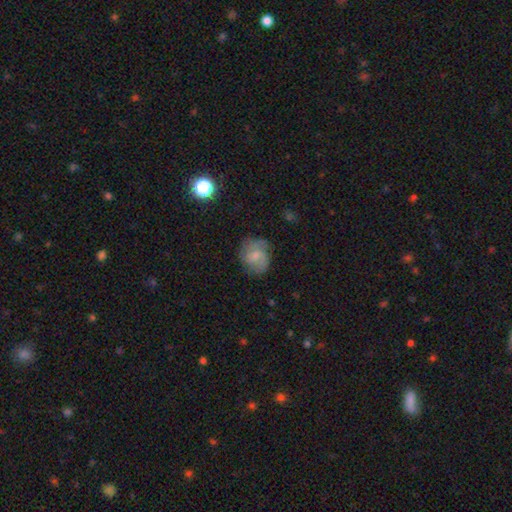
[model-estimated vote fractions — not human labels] smooth_or_featured: featured or disk (p=0.48) [alt: smooth p=0.44]
merging: none (p=0.64) [alt: minor disturbance p=0.24]